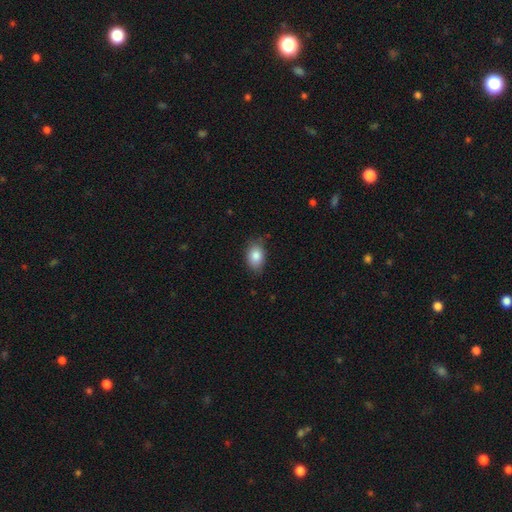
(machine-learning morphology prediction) Smooth or featured? Predicted: smooth (p=0.86). How rounded? Predicted: in between (p=0.83). Merging? Predicted: none (p=0.78).